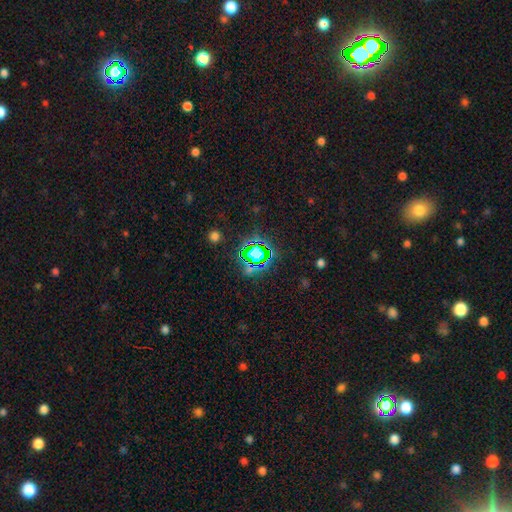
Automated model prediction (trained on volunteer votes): Smooth or featured? star or artifact (77%)